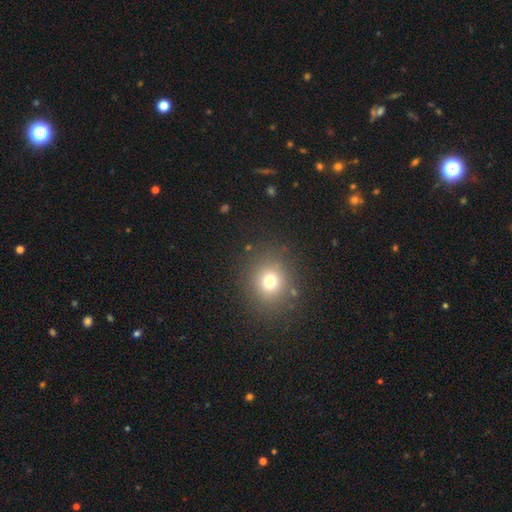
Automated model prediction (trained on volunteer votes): smooth_or_featured: smooth (p=0.66) [alt: star or artifact p=0.27]
how_rounded: round (p=0.81) [alt: in between p=0.17]
merging: none (p=0.90) [alt: minor disturbance p=0.06]